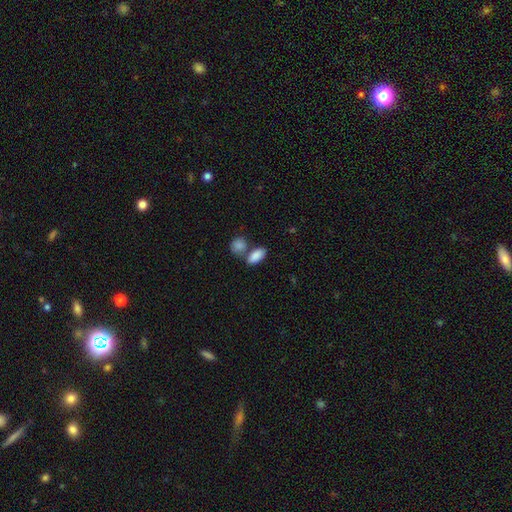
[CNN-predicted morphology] smooth 88%, star or artifact 7%, featured or disk 6%. Down the decision tree: how rounded — in between (90%); merging — none (51%).